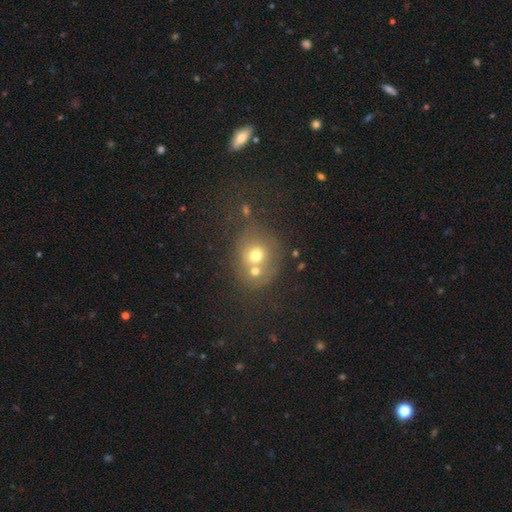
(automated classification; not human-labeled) Overall: smooth (63%). How rounded: round (77%). Merging: merger (46%; none 38%).